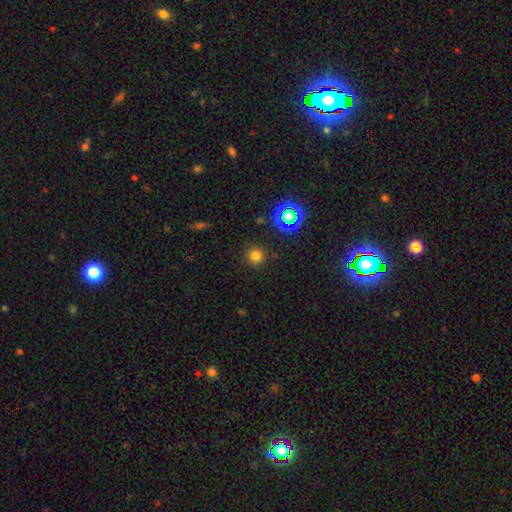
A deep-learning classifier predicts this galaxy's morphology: This appears to be a smooth galaxy with no disk features (76%) that is round (94%). Merging: none (90%).